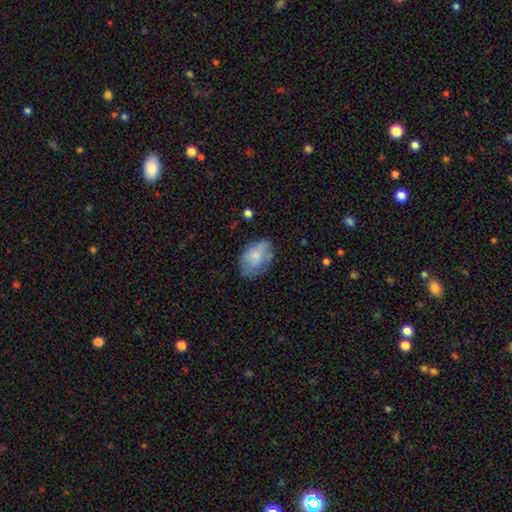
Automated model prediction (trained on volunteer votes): Overall: smooth (69%). How rounded: in between (88%). Merging: none (59%; minor disturbance 29%).